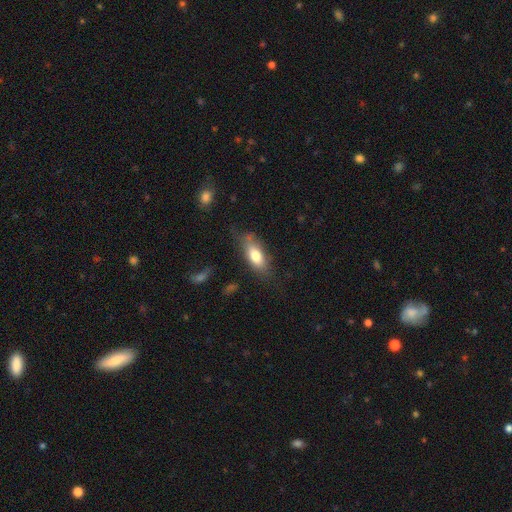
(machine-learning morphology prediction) The model was most divided on "merging": none: 64%, minor disturbance: 24%, major disturbance: 9%, merger: 3%. More confident: how rounded — in between (78%); smooth or featured — smooth (73%).